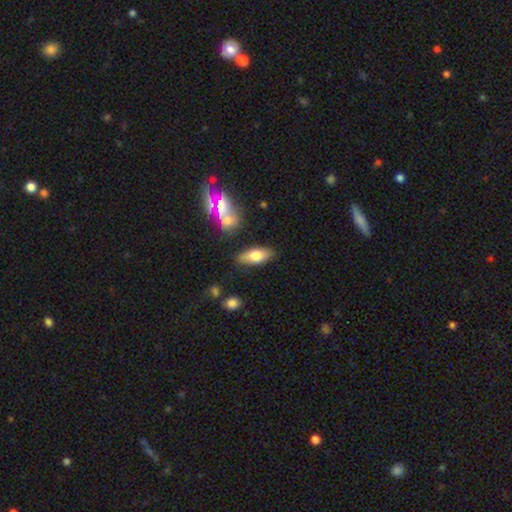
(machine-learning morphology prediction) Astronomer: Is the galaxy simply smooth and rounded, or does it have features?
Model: smooth — 73%.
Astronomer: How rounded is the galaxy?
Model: in between — 77%.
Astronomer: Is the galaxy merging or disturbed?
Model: none — 80%.